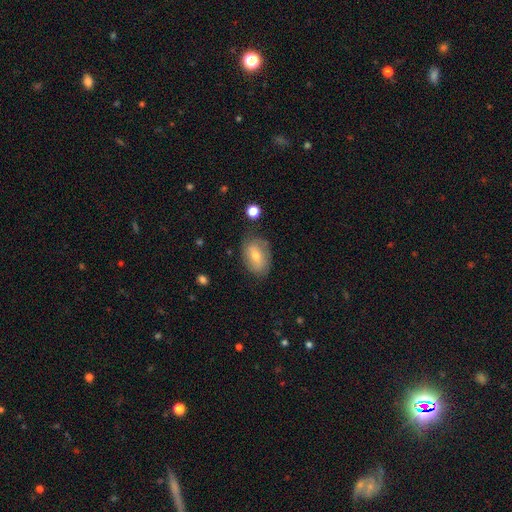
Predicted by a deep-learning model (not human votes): smooth_or_featured: smooth (p=0.49) [alt: featured or disk p=0.42]
merging: none (p=0.73) [alt: minor disturbance p=0.20]